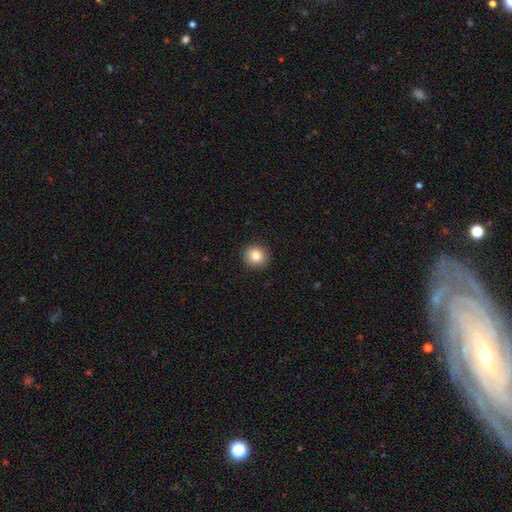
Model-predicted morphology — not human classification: smooth_or_featured: smooth (p=0.83) [alt: star or artifact p=0.10]
how_rounded: round (p=0.89) [alt: in between p=0.10]
merging: none (p=0.91) [alt: minor disturbance p=0.06]